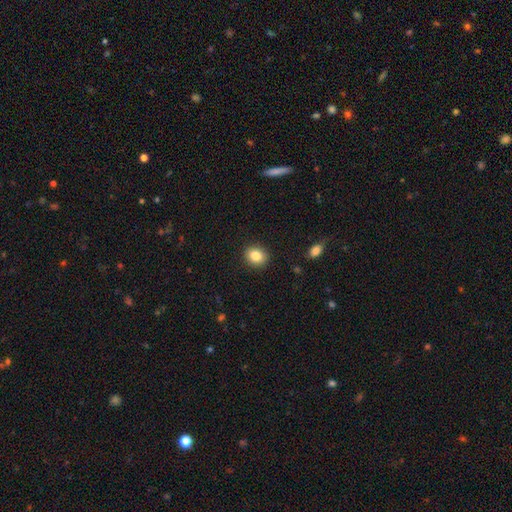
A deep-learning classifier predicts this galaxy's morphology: This appears to be a smooth galaxy with no disk features (84%) that is round (63%). Merging: none (90%).